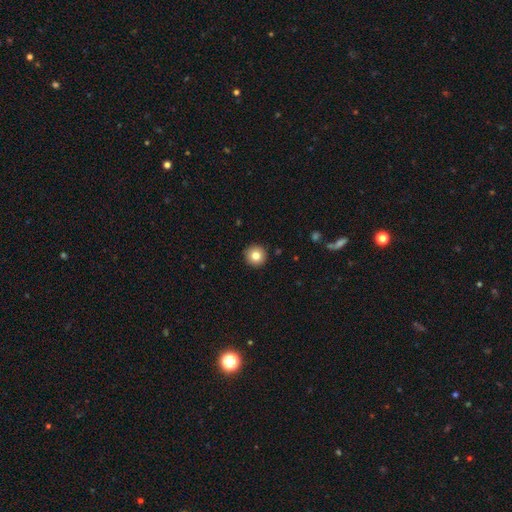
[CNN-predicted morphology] Smooth or featured?
  - smooth: 82% *
  - star or artifact: 10%
  - featured or disk: 8%
How rounded?
  - round: 96% *
  - in between: 3%
  - cigar-shaped: 1%
Merging?
  - none: 92% *
  - minor disturbance: 5%
  - major disturbance: 1%
  - merger: 1%